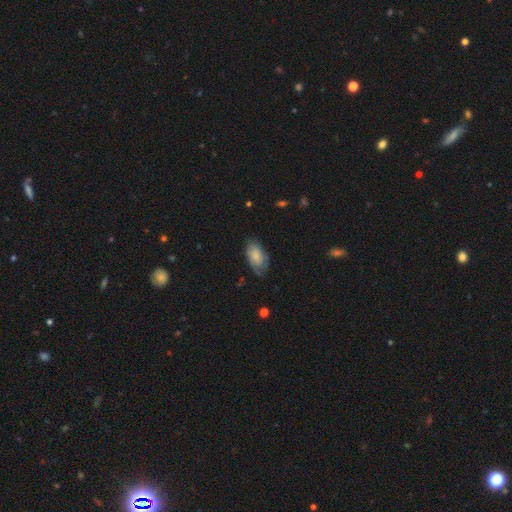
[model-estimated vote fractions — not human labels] smooth-or-featured: smooth: 60% | featured or disk: 32% | star or artifact: 8%
  how-rounded: in between: 92% | cigar-shaped: 4% | round: 4%
  merging: none: 64% | minor disturbance: 26% | major disturbance: 8% | merger: 1%